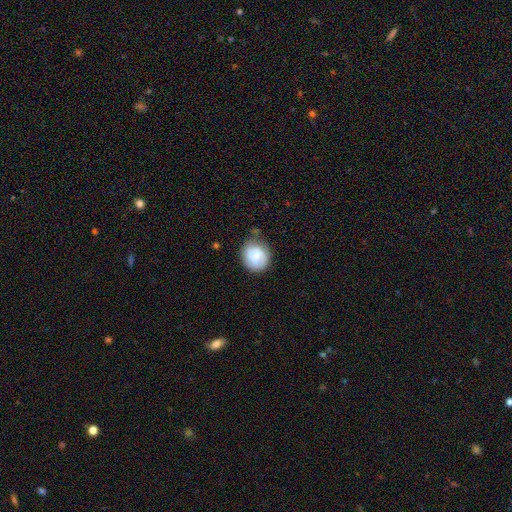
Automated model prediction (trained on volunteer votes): Smooth or featured?
  - smooth: 69% *
  - featured or disk: 24%
  - star or artifact: 7%
How rounded?
  - round: 81% *
  - in between: 18%
  - cigar-shaped: 1%
Merging?
  - none: 68% *
  - minor disturbance: 23%
  - major disturbance: 7%
  - merger: 3%